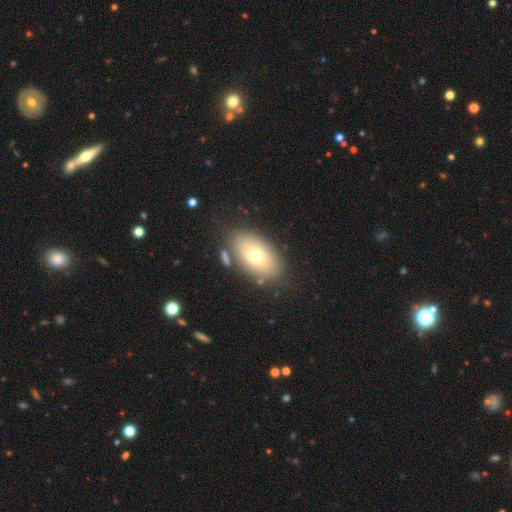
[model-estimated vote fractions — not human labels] Smooth or featured? smooth (70%)
How rounded? in between (92%)
Merging? none (79%)